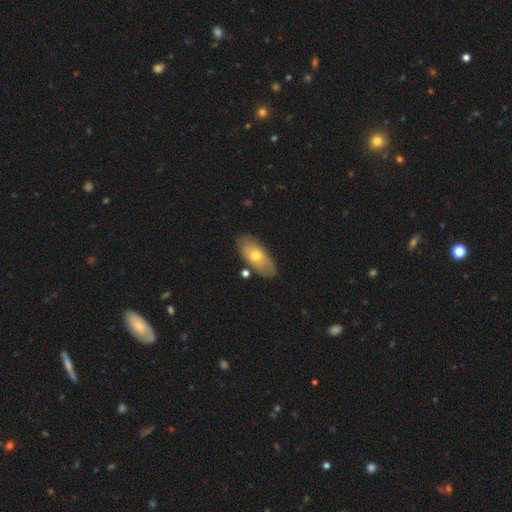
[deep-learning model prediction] smooth_or_featured: smooth (p=0.59) [alt: featured or disk p=0.35]
how_rounded: in between (p=0.89) [alt: cigar-shaped p=0.07]
merging: none (p=0.77) [alt: minor disturbance p=0.15]